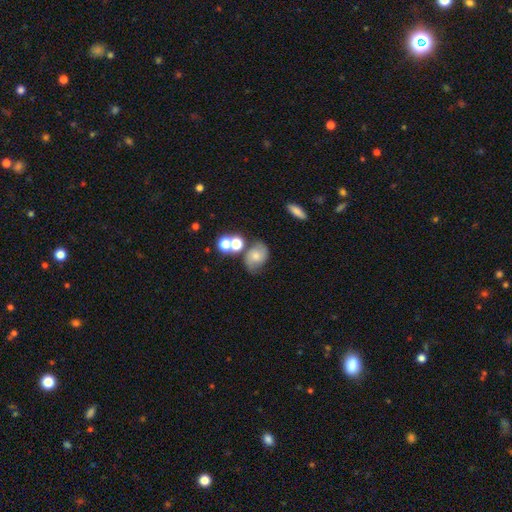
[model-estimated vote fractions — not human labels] smooth_or_featured: smooth (p=0.53) [alt: featured or disk p=0.34]
how_rounded: in between (p=0.61) [alt: round p=0.37]
merging: none (p=0.54) [alt: minor disturbance p=0.20]